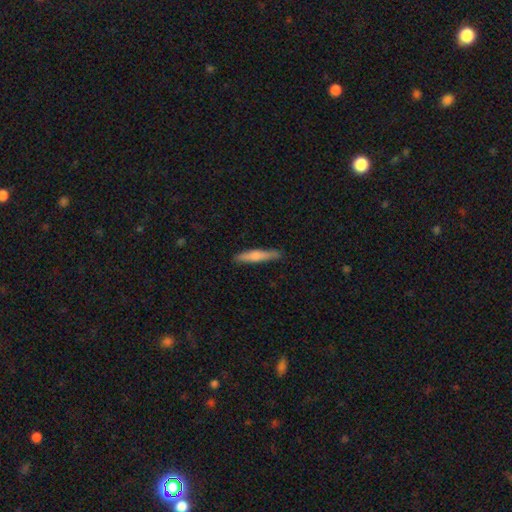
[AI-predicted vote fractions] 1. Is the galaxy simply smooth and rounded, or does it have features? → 64% smooth, 30% featured or disk, 6% star or artifact.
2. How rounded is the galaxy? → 90% cigar-shaped, 8% in between, 2% round.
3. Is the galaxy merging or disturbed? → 87% none, 10% minor disturbance, 2% major disturbance, 1% merger.